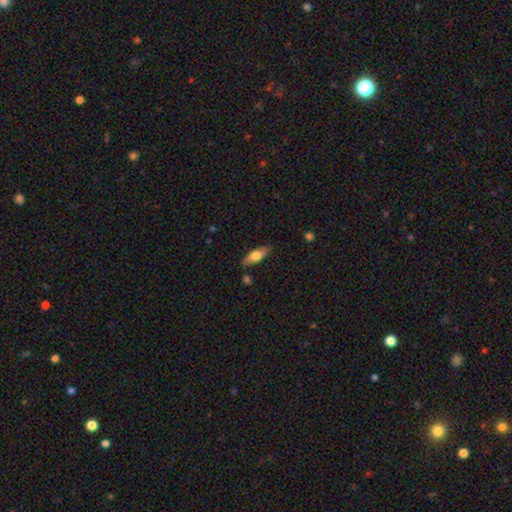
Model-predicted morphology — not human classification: A smooth galaxy with no disk features (66%) that is in between round and cigar-shaped (58%).

Vote fractions:
- Smooth or featured? smooth: 66% / featured or disk: 28% / star or artifact: 6%
- How rounded? in between: 58% / cigar-shaped: 40% / round: 2%
- Merging? none: 83% / minor disturbance: 12% / merger: 3% / major disturbance: 2%